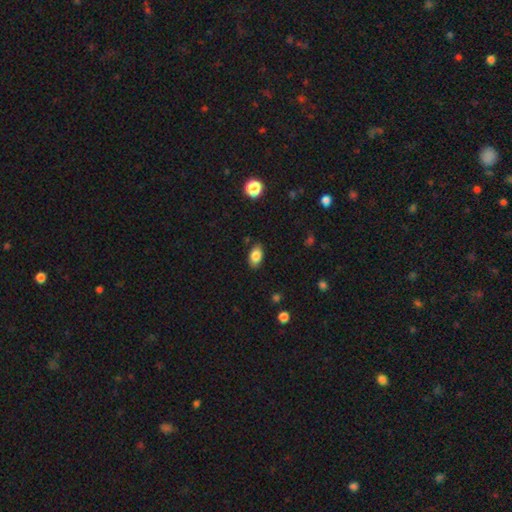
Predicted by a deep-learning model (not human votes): smooth 84%, star or artifact 8%, featured or disk 8%. Down the decision tree: how rounded — in between (90%); merging — none (85%).